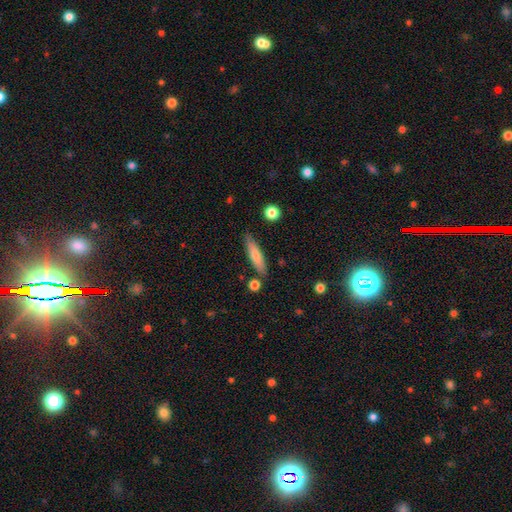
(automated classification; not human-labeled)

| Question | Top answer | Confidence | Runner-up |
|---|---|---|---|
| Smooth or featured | smooth | 71% | featured or disk (23%) |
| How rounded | cigar-shaped | 77% | in between (21%) |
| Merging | none | 81% | minor disturbance (12%) |